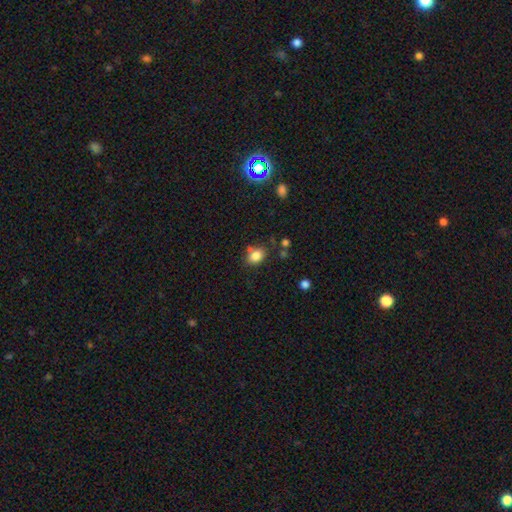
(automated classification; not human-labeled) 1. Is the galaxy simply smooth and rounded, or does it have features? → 83% smooth, 11% star or artifact, 7% featured or disk.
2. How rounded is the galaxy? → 63% in between, 36% round, 1% cigar-shaped.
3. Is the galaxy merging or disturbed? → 68% none, 16% minor disturbance, 11% merger, 5% major disturbance.